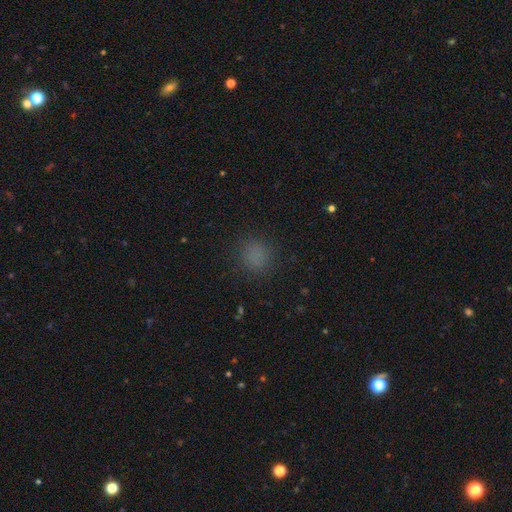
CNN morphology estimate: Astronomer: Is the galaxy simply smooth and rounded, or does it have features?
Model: smooth — 78%.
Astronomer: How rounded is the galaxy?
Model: round — 87%.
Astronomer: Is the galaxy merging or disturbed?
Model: none — 86%.